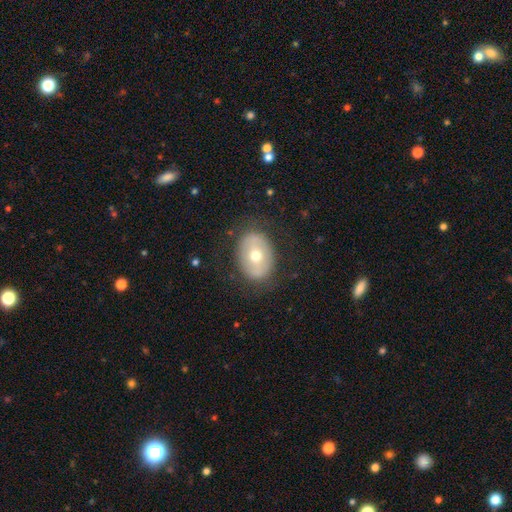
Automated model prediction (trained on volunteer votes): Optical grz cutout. It shows a smooth galaxy with no disk features (49%). Merging: none (81%).